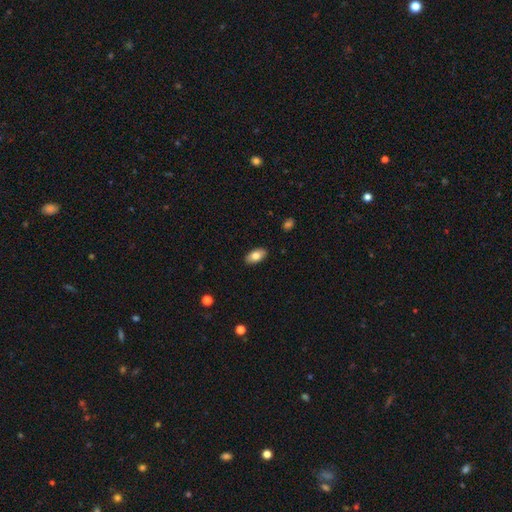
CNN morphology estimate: smooth 79%, featured or disk 15%, star or artifact 7%. Down the decision tree: how rounded — in between (93%); merging — none (89%).